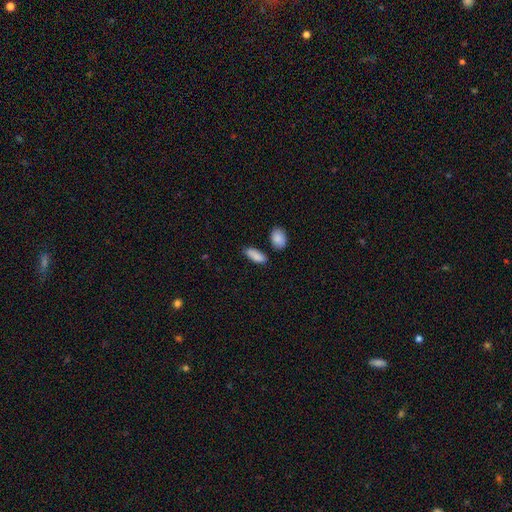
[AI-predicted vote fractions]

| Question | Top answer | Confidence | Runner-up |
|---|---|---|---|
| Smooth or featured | smooth | 88% | star or artifact (6%) |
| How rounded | in between | 76% | cigar-shaped (21%) |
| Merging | none | 75% | minor disturbance (14%) |